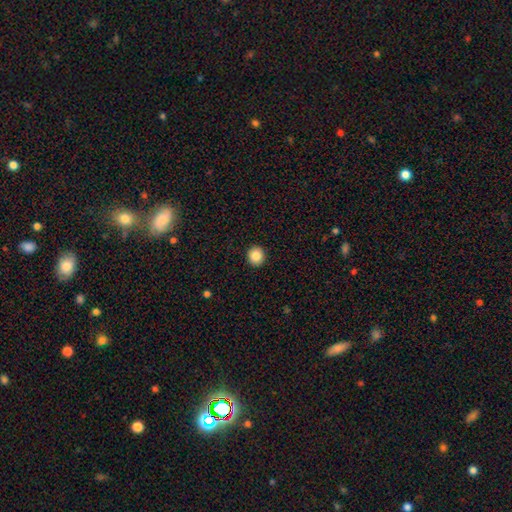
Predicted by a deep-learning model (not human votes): smooth_or_featured: smooth (p=0.86) [alt: star or artifact p=0.09]
how_rounded: round (p=0.86) [alt: in between p=0.13]
merging: none (p=0.93) [alt: minor disturbance p=0.05]